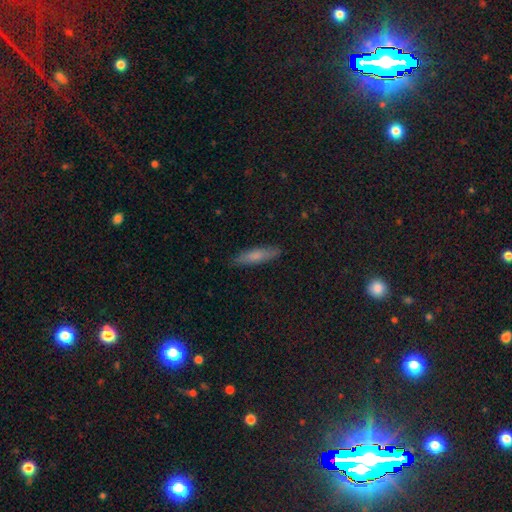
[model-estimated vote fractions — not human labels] Smooth or featured? Predicted: smooth (p=0.74). How rounded? Predicted: cigar-shaped (p=0.76). Merging? Predicted: none (p=0.87).